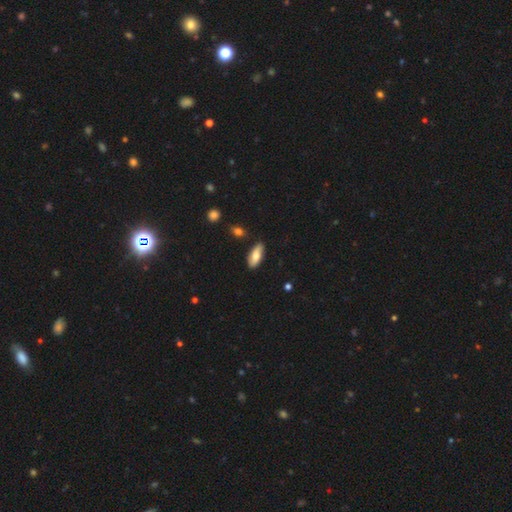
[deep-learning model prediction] Smooth or featured?
  - smooth: 74% *
  - featured or disk: 20%
  - star or artifact: 6%
How rounded?
  - in between: 82% *
  - cigar-shaped: 15%
  - round: 2%
Merging?
  - none: 81% *
  - minor disturbance: 14%
  - major disturbance: 2%
  - merger: 2%